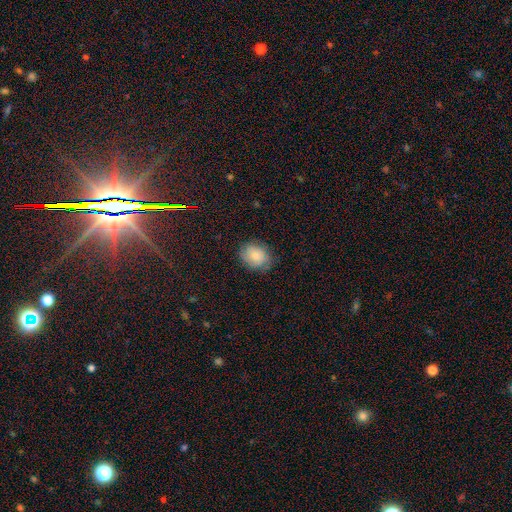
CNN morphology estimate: smooth 83%, featured or disk 9%, star or artifact 8%. Down the decision tree: how rounded — round (53%); merging — none (77%).